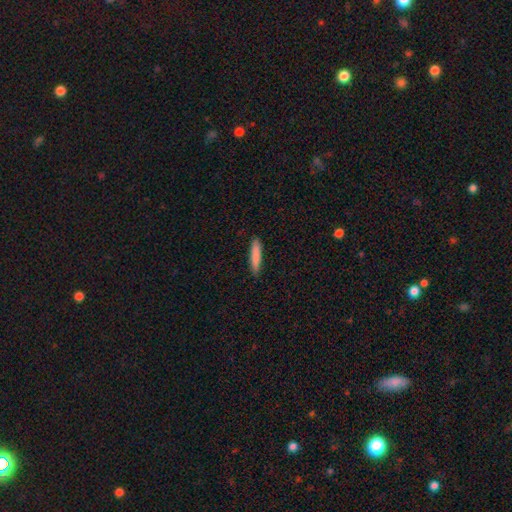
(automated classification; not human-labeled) smooth-or-featured: smooth: 83% | featured or disk: 11% | star or artifact: 6%
  how-rounded: cigar-shaped: 88% | in between: 11% | round: 1%
  merging: none: 88% | minor disturbance: 9% | major disturbance: 2% | merger: 1%